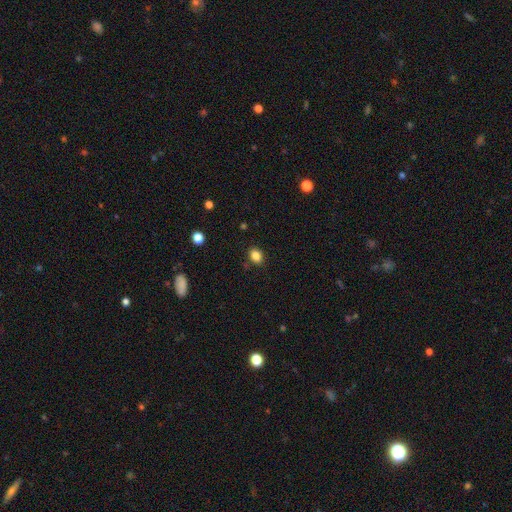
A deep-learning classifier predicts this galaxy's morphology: Smooth or featured? Predicted: smooth (p=0.85). How rounded? Predicted: in between (p=0.61). Merging? Predicted: none (p=0.85).